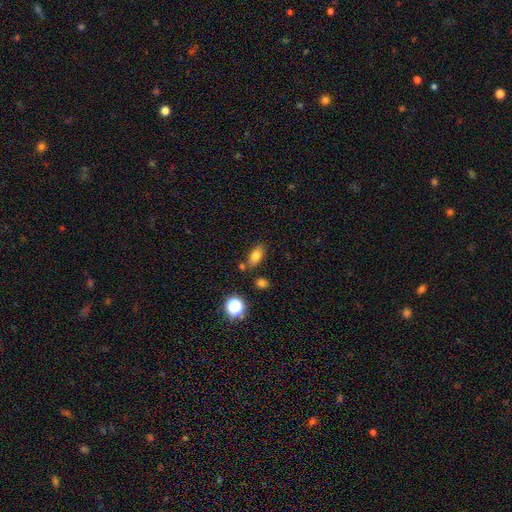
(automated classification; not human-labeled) This is likely a smooth galaxy (77%). How rounded: clearly in between (83%). Merging: likely none (74%).